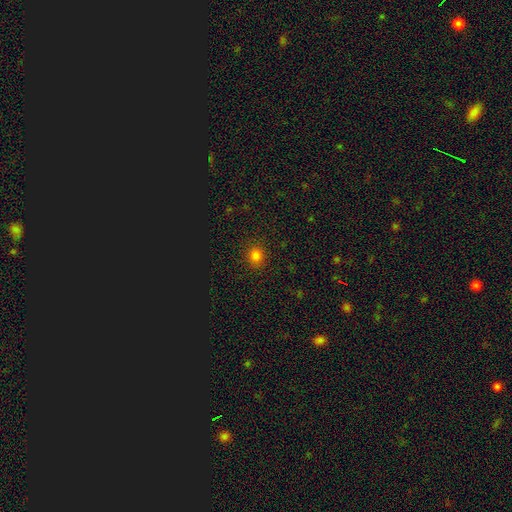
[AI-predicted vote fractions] Smooth or featured: smooth — 79% (star or artifact — 17%)
How rounded: round — 78% (in between — 21%)
Merging: none — 89% (minor disturbance — 7%)